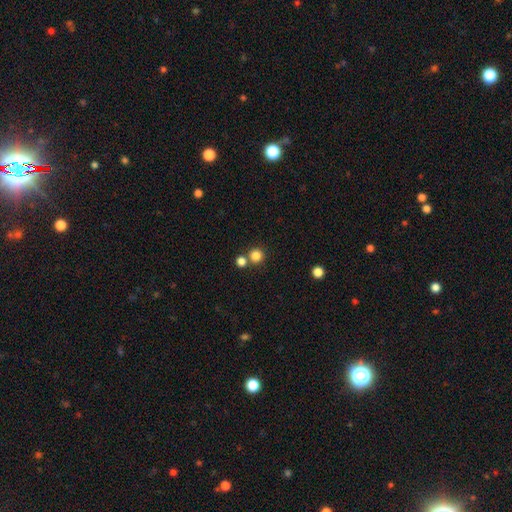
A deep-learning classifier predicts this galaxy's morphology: Smooth or featured? smooth (83%)
How rounded? round (94%)
Merging? none (71%)